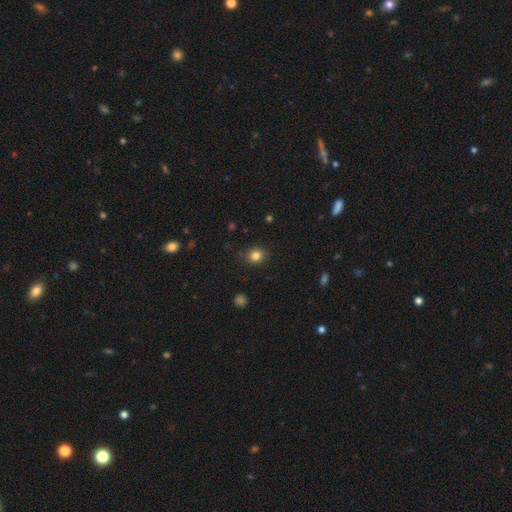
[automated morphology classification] This is clearly a smooth galaxy (83%). How rounded: clearly round (85%). Merging: clearly none (88%).